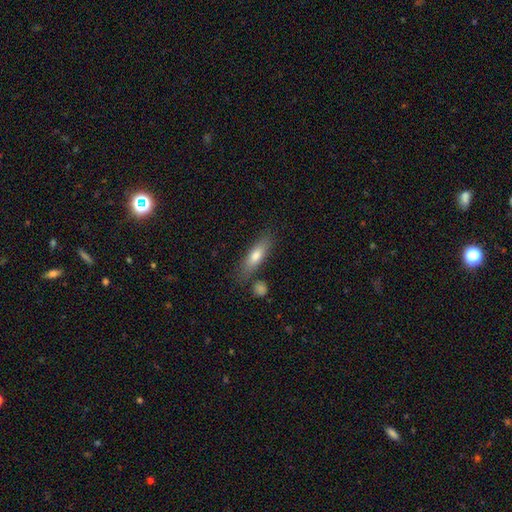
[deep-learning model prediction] A smooth galaxy with no disk features (69%) that is cigar-shaped (56%). Merging: none (74%).